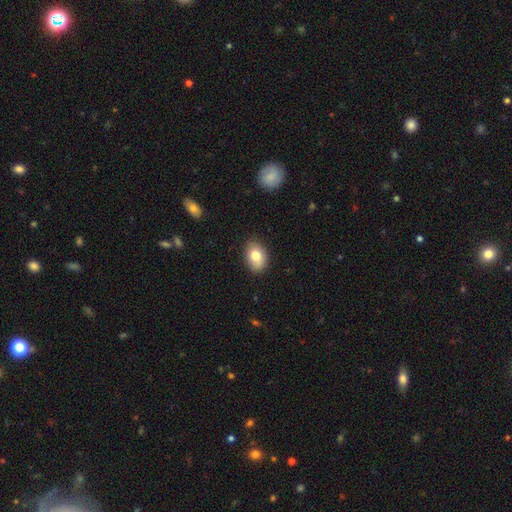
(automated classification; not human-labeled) This appears to be a smooth galaxy with no disk features (80%) that is in between round and cigar-shaped (80%). Merging: none (83%).